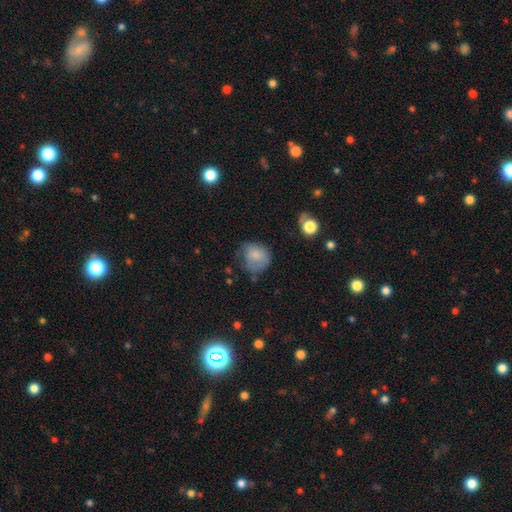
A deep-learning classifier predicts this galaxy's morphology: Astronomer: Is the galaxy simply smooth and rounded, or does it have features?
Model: smooth — 75%.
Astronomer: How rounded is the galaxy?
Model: round — 71%.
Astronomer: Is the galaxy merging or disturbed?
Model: none — 45% (runner-up: minor disturbance, 35%).